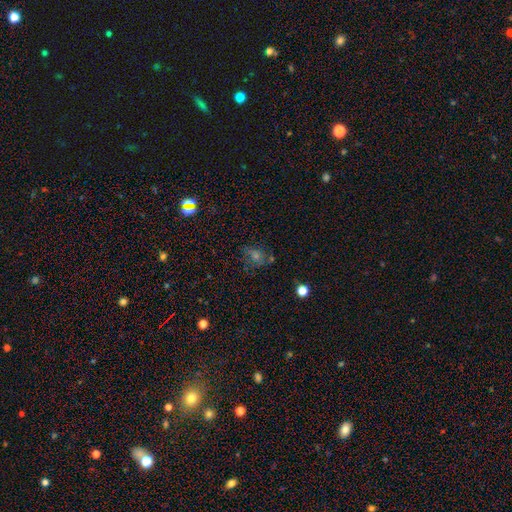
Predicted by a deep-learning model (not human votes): Smooth or featured? star or artifact (37%)